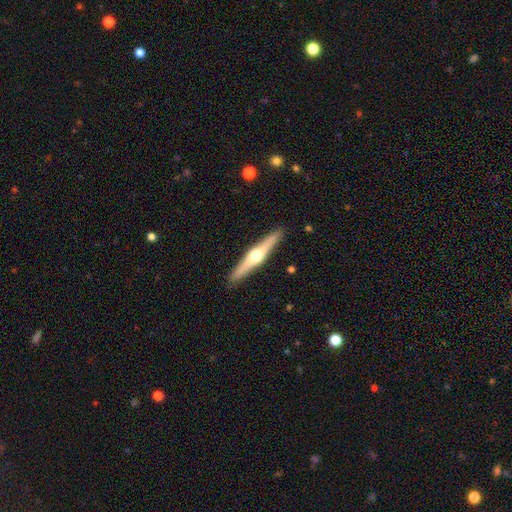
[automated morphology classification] Q: Smooth or featured?
A: featured or disk (68%); runner-up: smooth (27%)
Q: Edge-on disk?
A: yes (97%); runner-up: no (3%)
Q: Edge-on bulge?
A: rounded (94%); runner-up: boxy (3%)
Q: Merging?
A: none (91%); runner-up: minor disturbance (6%)